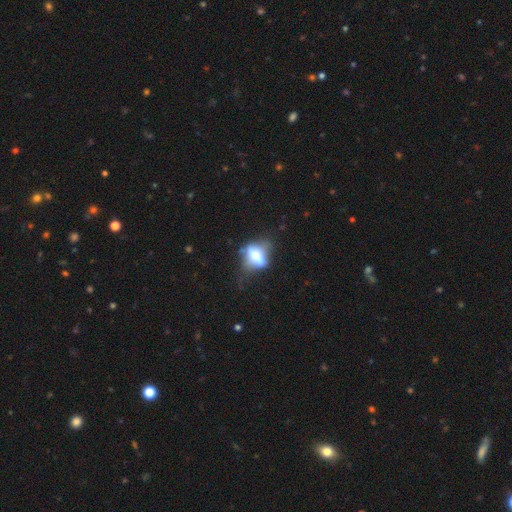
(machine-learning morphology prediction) Overall: featured or disk (47%; smooth 43%). Merging: none (41%; major disturbance 27%).